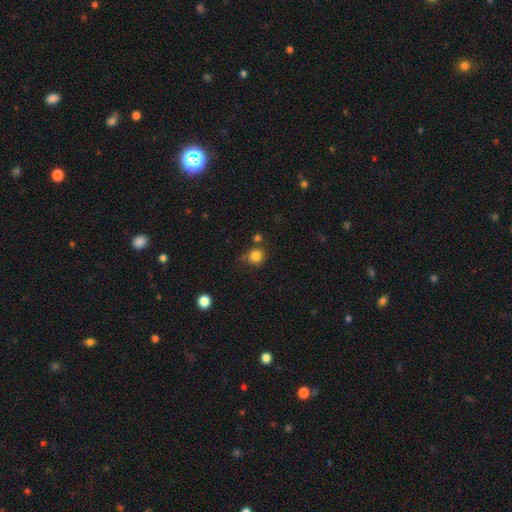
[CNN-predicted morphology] Smooth or featured? Predicted: smooth (p=0.84). How rounded? Predicted: round (p=0.90). Merging? Predicted: none (p=0.70).